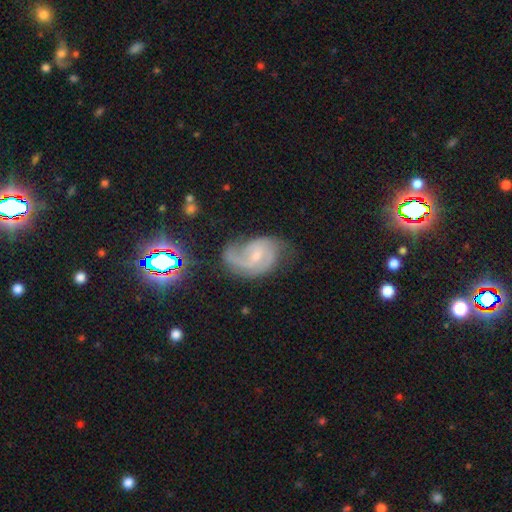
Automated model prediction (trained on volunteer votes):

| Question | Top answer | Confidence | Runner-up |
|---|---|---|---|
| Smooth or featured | featured or disk | 80% | smooth (12%) |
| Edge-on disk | no | 97% | yes (3%) |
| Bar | weak | 48% | no (42%) |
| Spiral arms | yes | 94% | no (6%) |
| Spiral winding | medium | 48% | loose (30%) |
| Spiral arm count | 2 | 57% | 1 (15%) |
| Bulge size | small | 66% | moderate (27%) |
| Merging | none | 48% | minor disturbance (27%) |